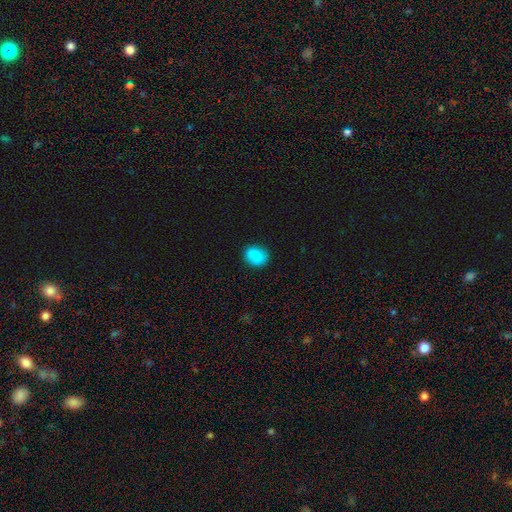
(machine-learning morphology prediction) Q: Smooth or featured?
A: smooth (83%); runner-up: star or artifact (8%)
Q: How rounded?
A: round (50%); runner-up: in between (48%)
Q: Merging?
A: none (82%); runner-up: minor disturbance (13%)